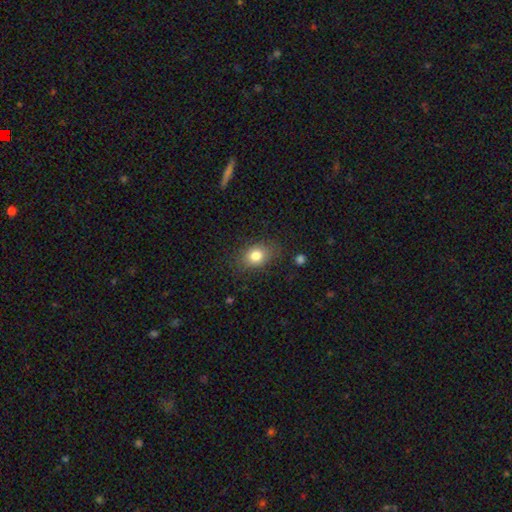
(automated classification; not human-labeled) A smooth galaxy with no disk features (80%) that is in between round and cigar-shaped (57%). Merging: none (80%).